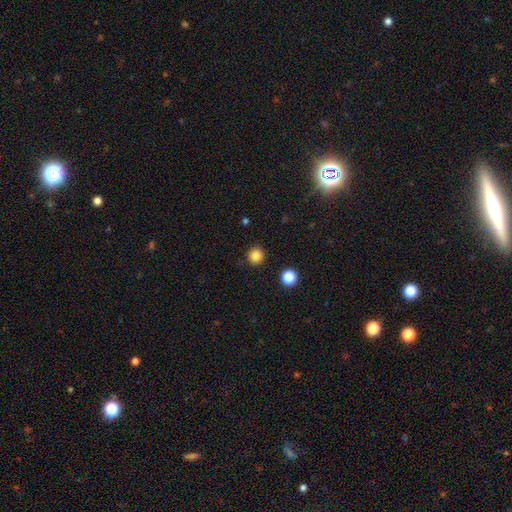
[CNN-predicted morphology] Smooth or featured? smooth (84%)
How rounded? round (94%)
Merging? none (92%)